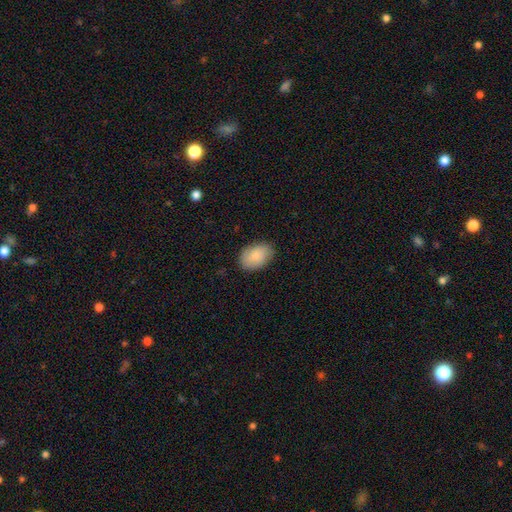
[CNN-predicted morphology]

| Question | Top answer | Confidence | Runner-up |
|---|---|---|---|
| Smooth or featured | smooth | 82% | featured or disk (12%) |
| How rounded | in between | 86% | round (13%) |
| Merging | none | 82% | minor disturbance (14%) |